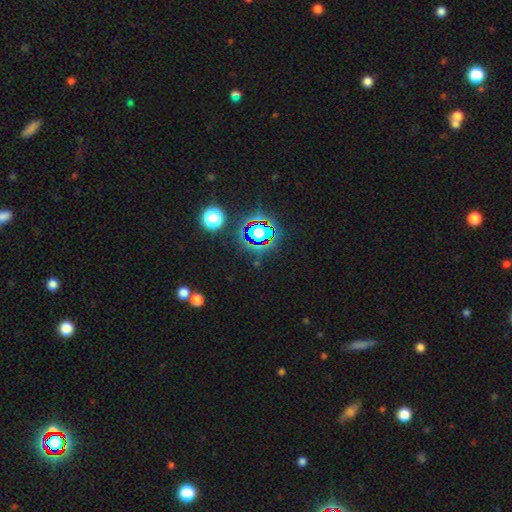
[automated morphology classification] Overall: star or artifact (78%).